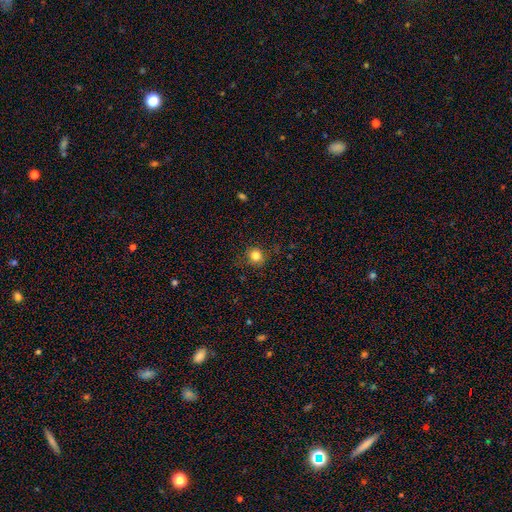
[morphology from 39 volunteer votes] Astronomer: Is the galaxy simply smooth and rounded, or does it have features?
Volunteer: smooth — 87%.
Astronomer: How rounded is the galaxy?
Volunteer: round — 88%.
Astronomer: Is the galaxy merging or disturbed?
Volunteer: none — 83%.